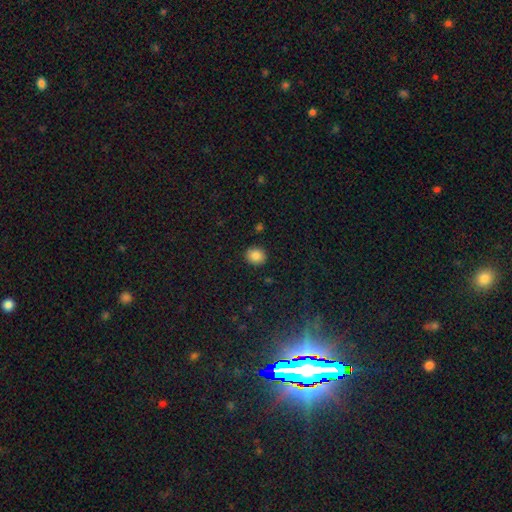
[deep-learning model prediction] This appears to be a smooth galaxy with no disk features (86%) that is round (70%). Merging: none (89%).